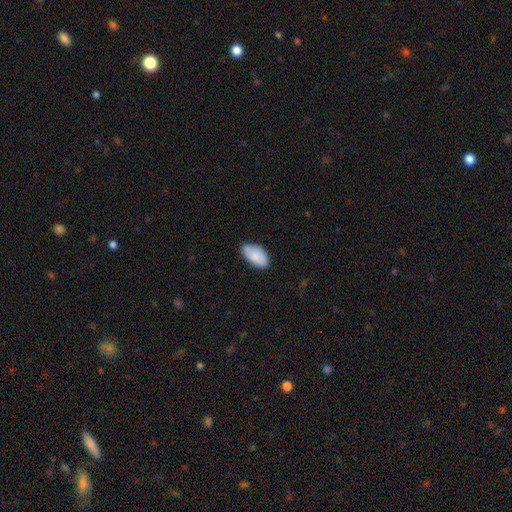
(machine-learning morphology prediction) A smooth galaxy with no disk features (84%) that is in between round and cigar-shaped (95%). Merging: none (77%).